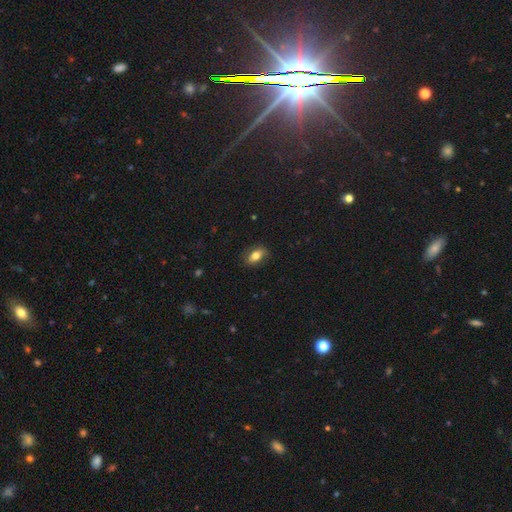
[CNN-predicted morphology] The model was most divided on "smooth or featured": smooth: 74%, featured or disk: 17%, star or artifact: 8%. More confident: how rounded — in between (84%); merging — none (83%).